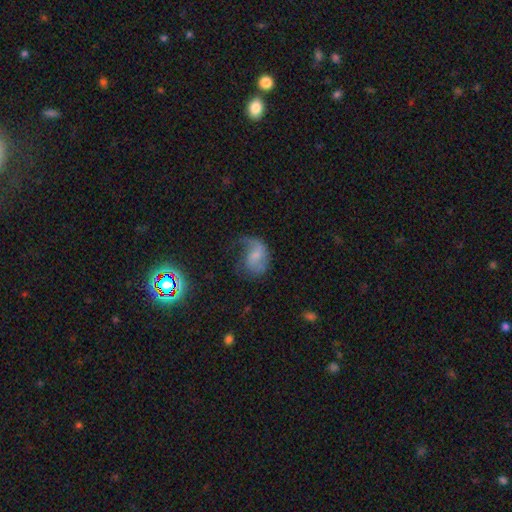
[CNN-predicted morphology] smooth_or_featured: featured or disk (p=0.55) [alt: smooth p=0.34]
disk_edge_on: no (p=0.97) [alt: yes p=0.03]
bar: no (p=0.55) [alt: weak p=0.37]
has_spiral_arms: yes (p=0.80) [alt: no p=0.20]
bulge_size: small (p=0.47) [alt: none p=0.29]
merging: major disturbance (p=0.41) [alt: none p=0.32]